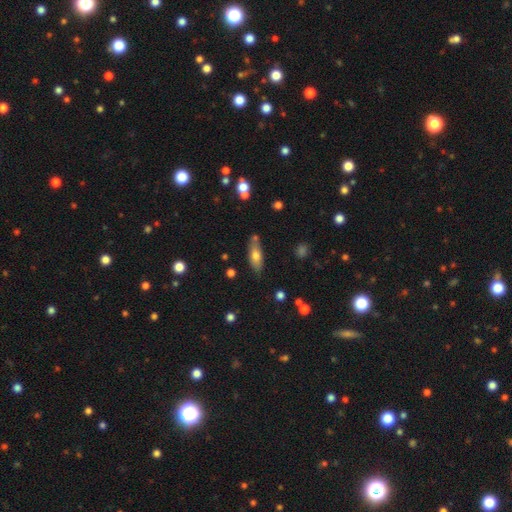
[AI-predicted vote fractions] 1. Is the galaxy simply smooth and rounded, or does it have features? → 68% smooth, 25% featured or disk, 7% star or artifact.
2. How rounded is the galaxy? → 64% in between, 33% cigar-shaped, 3% round.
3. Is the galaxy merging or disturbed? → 75% none, 15% minor disturbance, 6% merger, 3% major disturbance.